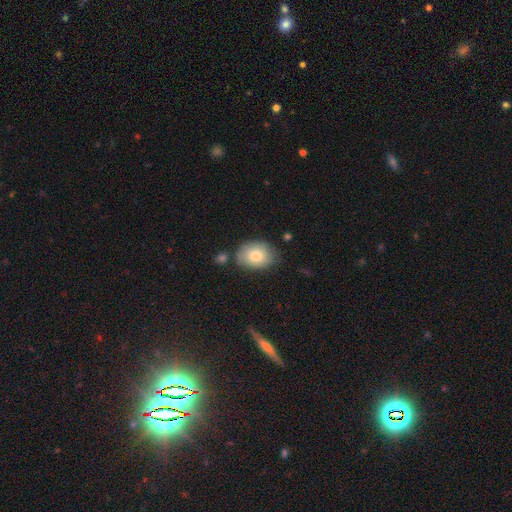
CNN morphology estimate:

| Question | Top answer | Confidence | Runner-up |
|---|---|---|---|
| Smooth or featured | smooth | 81% | featured or disk (13%) |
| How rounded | in between | 74% | round (25%) |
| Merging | none | 71% | minor disturbance (19%) |